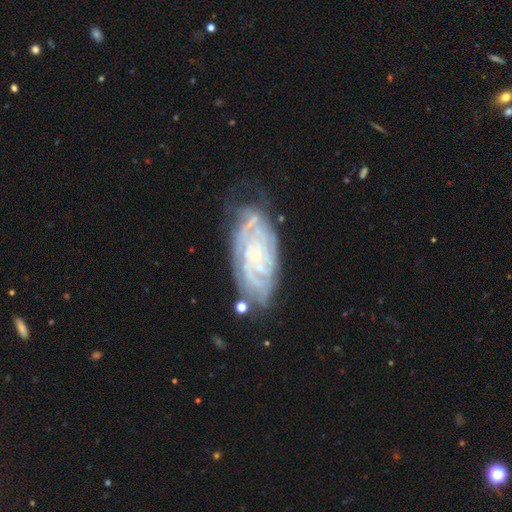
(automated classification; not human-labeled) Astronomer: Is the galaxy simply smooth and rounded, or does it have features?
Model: featured or disk — 85%.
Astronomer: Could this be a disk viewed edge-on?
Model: no — 94%.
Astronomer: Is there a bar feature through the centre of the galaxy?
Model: no — 72%.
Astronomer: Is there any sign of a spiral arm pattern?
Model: yes — 95%.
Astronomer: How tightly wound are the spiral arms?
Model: tight — 77%.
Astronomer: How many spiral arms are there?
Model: can't tell — 34% (runner-up: 4, 21%).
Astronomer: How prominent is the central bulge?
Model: small — 80%.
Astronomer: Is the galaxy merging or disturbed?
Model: none — 65%.